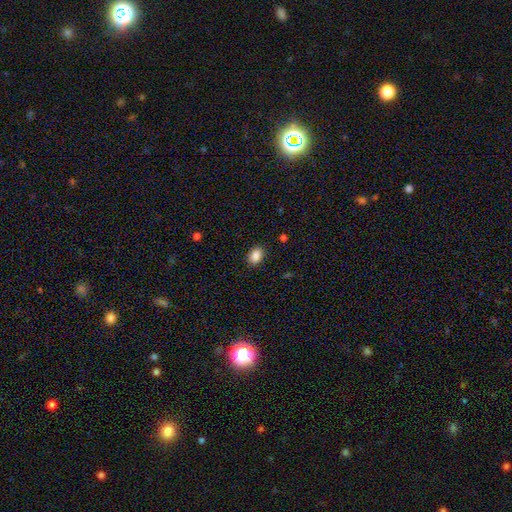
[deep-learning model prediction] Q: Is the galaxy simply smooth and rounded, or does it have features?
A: smooth — 88%.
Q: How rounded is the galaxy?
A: in between — 78%.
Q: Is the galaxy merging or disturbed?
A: none — 89%.